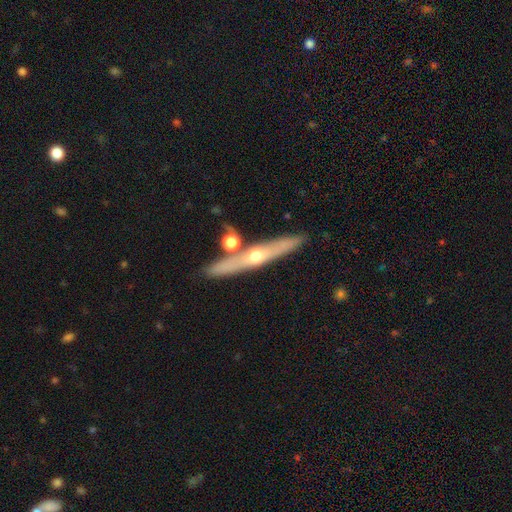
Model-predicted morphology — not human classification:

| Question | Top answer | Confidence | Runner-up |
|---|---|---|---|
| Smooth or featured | featured or disk | 62% | smooth (31%) |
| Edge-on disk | yes | 92% | no (8%) |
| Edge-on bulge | rounded | 88% | none (10%) |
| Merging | none | 80% | minor disturbance (9%) |